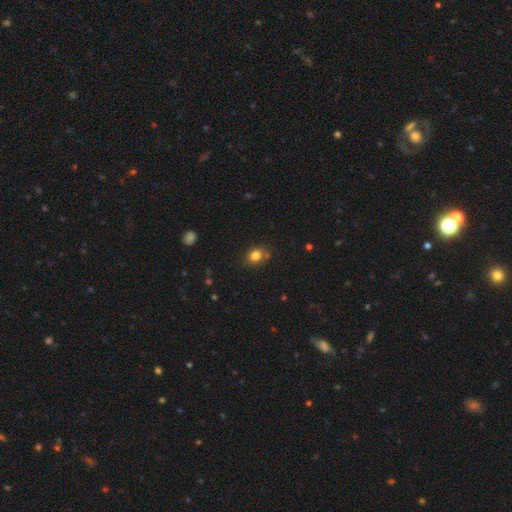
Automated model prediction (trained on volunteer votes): smooth 81%, star or artifact 12%, featured or disk 7%. Down the decision tree: how rounded — round (53%); merging — none (76%).